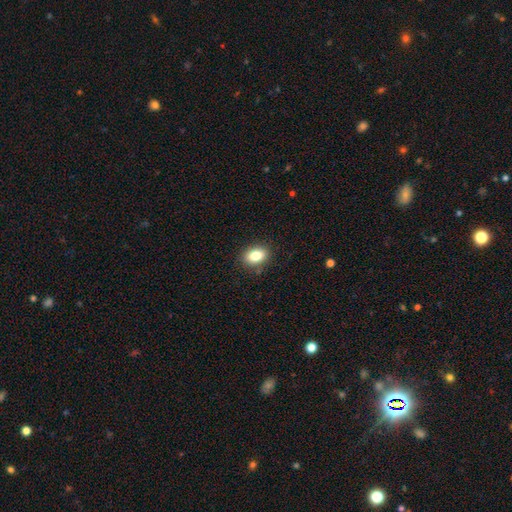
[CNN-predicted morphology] A smooth galaxy with no disk features (85%) that is in between round and cigar-shaped (82%).

Vote fractions:
- Smooth or featured? smooth: 85% / star or artifact: 9% / featured or disk: 7%
- How rounded? in between: 82% / round: 16% / cigar-shaped: 1%
- Merging? none: 87% / minor disturbance: 9% / major disturbance: 2% / merger: 1%